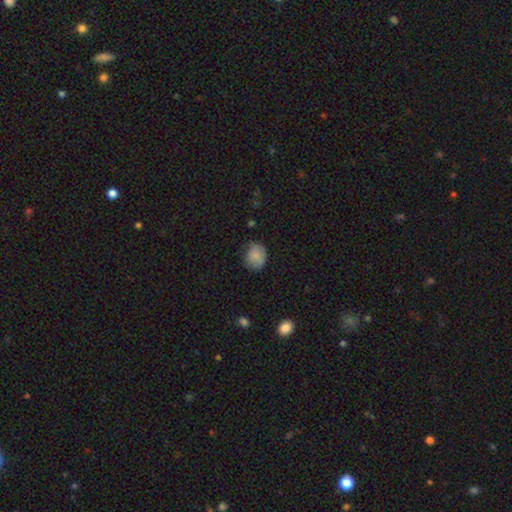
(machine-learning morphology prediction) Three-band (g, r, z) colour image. It shows a smooth galaxy with no disk features (83%) that is round (56%). Merging: none (67%).